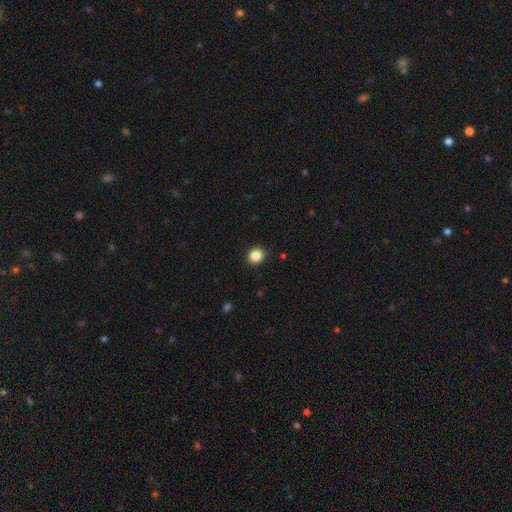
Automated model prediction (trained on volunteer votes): smooth_or_featured: smooth (p=0.86) [alt: star or artifact p=0.10]
how_rounded: round (p=0.77) [alt: in between p=0.23]
merging: none (p=0.91) [alt: minor disturbance p=0.06]